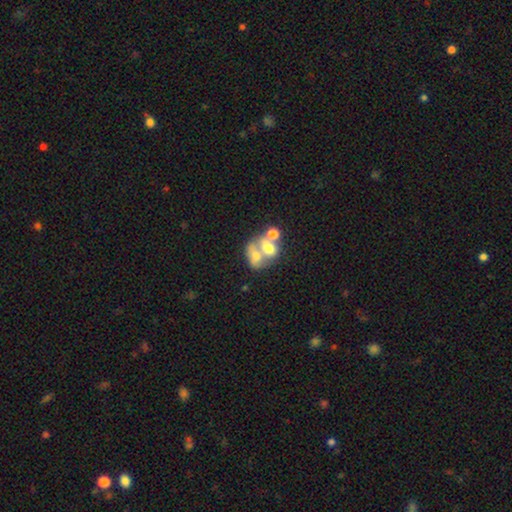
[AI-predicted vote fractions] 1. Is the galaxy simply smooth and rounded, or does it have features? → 53% smooth, 34% featured or disk, 13% star or artifact.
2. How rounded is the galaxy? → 58% in between, 40% round, 2% cigar-shaped.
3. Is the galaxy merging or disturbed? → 66% merger, 17% none, 9% major disturbance, 7% minor disturbance.